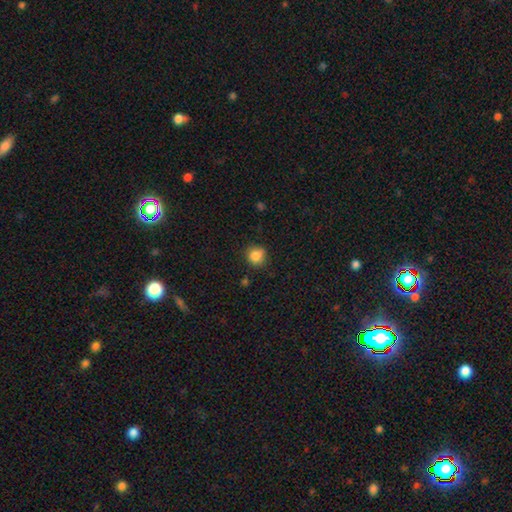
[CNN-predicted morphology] smooth-or-featured: smooth: 84% | star or artifact: 11% | featured or disk: 5%
  how-rounded: round: 86% | in between: 13% | cigar-shaped: 1%
  merging: none: 79% | minor disturbance: 16% | major disturbance: 3% | merger: 2%